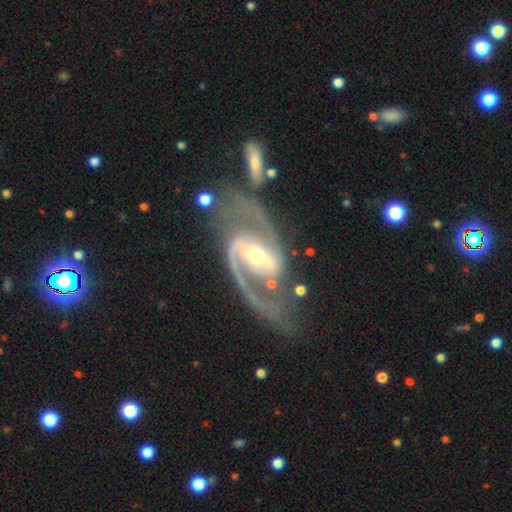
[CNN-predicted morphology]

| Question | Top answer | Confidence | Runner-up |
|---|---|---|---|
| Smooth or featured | featured or disk | 93% | star or artifact (4%) |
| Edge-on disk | no | 97% | yes (3%) |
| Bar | strong | 47% | weak (38%) |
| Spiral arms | yes | 98% | no (2%) |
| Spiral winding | medium | 62% | tight (19%) |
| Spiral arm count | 2 | 93% | can't tell (2%) |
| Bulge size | moderate | 53% | small (41%) |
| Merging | none | 63% | minor disturbance (17%) |